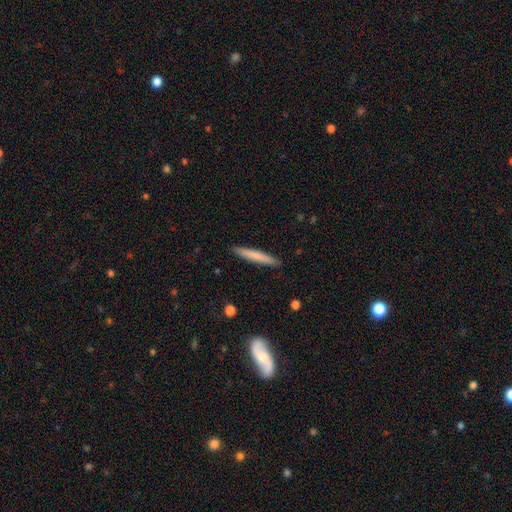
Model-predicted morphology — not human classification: The model was most divided on "smooth or featured": smooth: 73%, featured or disk: 21%, star or artifact: 6%. More confident: how rounded — cigar-shaped (95%); merging — none (91%).